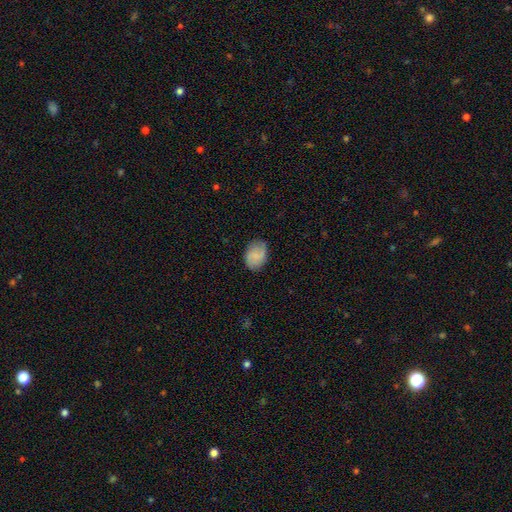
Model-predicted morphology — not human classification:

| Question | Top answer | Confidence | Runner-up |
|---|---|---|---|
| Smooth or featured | smooth | 70% | featured or disk (22%) |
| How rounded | in between | 72% | round (27%) |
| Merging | none | 76% | minor disturbance (18%) |